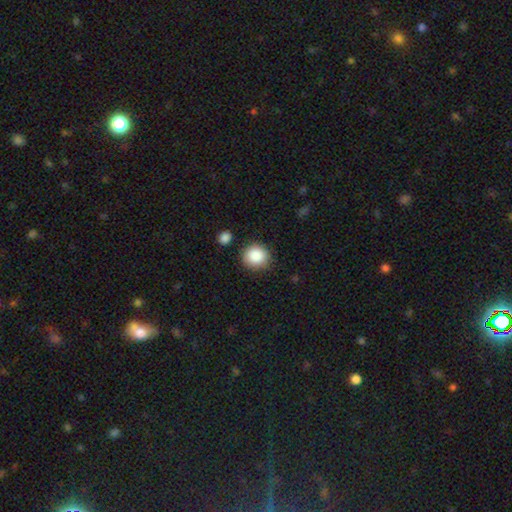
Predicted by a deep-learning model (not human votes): A smooth galaxy with no disk features (87%) that is round (90%). Merging: none (86%).